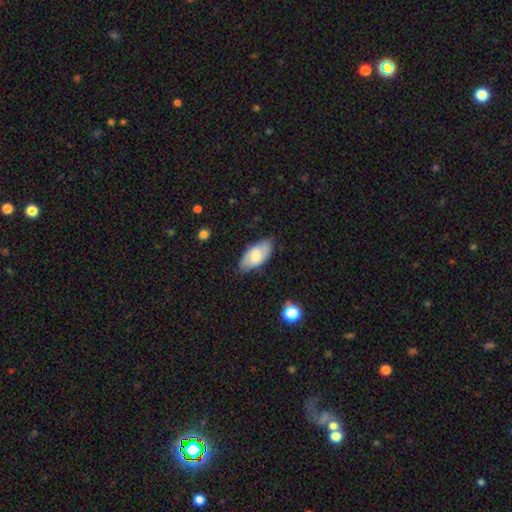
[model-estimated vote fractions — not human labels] Smooth or featured? Predicted: smooth (p=0.72). How rounded? Predicted: in between (p=0.94). Merging? Predicted: none (p=0.77).